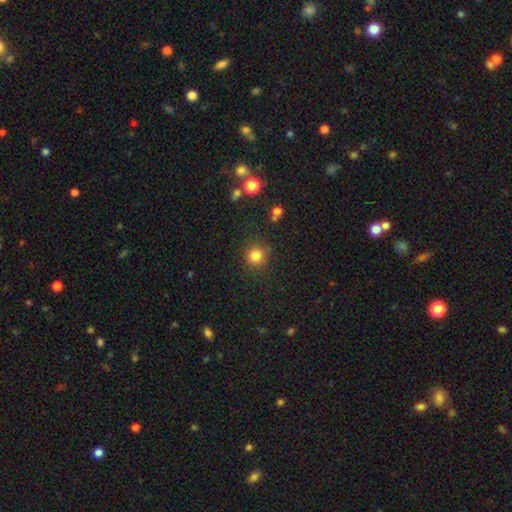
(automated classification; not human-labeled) The model was most divided on "smooth or featured": smooth: 82%, star or artifact: 13%, featured or disk: 5%. More confident: how rounded — round (92%); merging — none (84%).